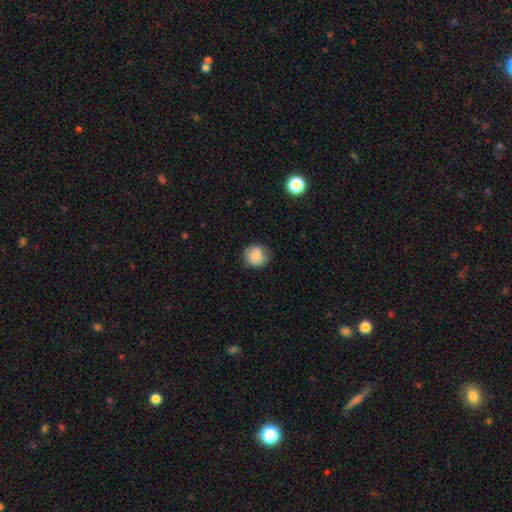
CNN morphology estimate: smooth-or-featured: smooth: 84% | featured or disk: 8% | star or artifact: 8%
  how-rounded: round: 87% | in between: 12% | cigar-shaped: 1%
  merging: none: 79% | minor disturbance: 16% | major disturbance: 3% | merger: 1%